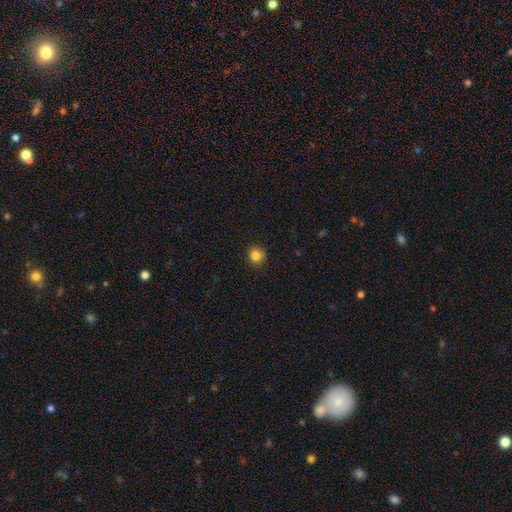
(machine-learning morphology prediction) Q: Smooth or featured?
A: smooth (84%); runner-up: star or artifact (12%)
Q: How rounded?
A: round (92%); runner-up: in between (7%)
Q: Merging?
A: none (86%); runner-up: minor disturbance (10%)